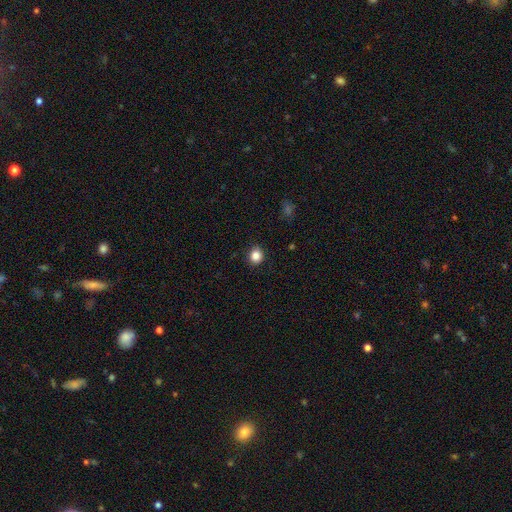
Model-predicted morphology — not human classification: This appears to be a smooth galaxy with no disk features (85%) that is round (80%). Merging: none (90%).